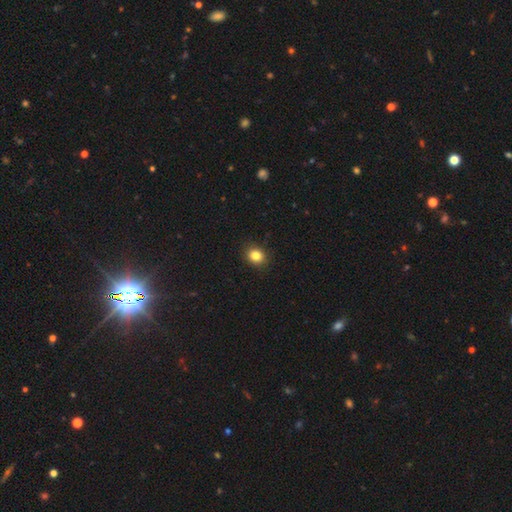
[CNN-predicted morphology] type=smooth (84%); roundness=round (63%); merging=none (90%).